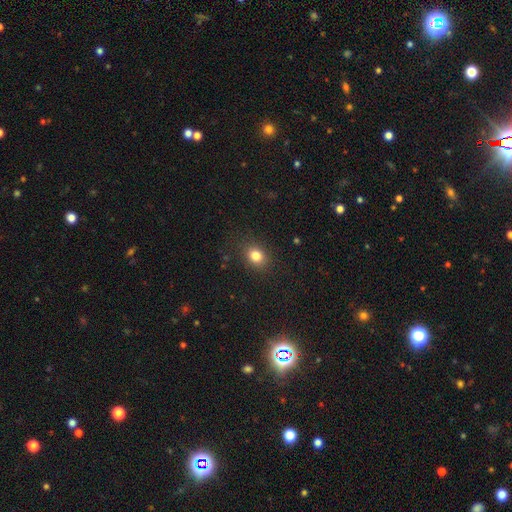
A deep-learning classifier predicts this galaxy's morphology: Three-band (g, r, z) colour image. It shows a smooth galaxy with no disk features (82%) that is round (50%). Merging: none (86%).